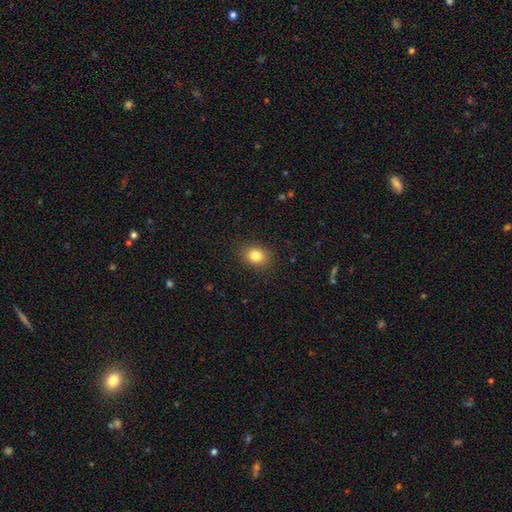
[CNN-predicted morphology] This is clearly a smooth galaxy (83%). How rounded: possibly round (52%). Merging: clearly none (88%).